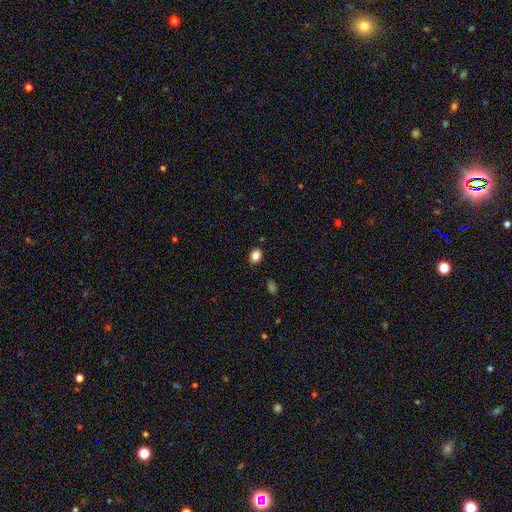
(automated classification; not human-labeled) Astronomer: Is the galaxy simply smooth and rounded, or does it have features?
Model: smooth — 86%.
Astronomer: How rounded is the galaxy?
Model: in between — 60% (runner-up: round, 39%).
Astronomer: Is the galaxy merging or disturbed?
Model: none — 87%.